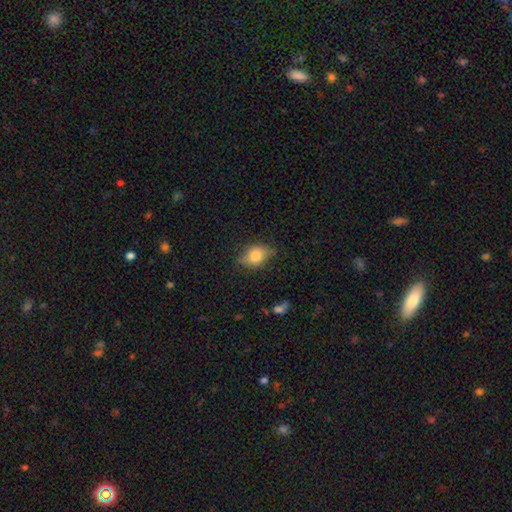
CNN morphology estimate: smooth-or-featured: smooth: 74% | featured or disk: 17% | star or artifact: 9%
  how-rounded: in between: 70% | round: 27% | cigar-shaped: 2%
  merging: none: 69% | minor disturbance: 24% | major disturbance: 5% | merger: 1%